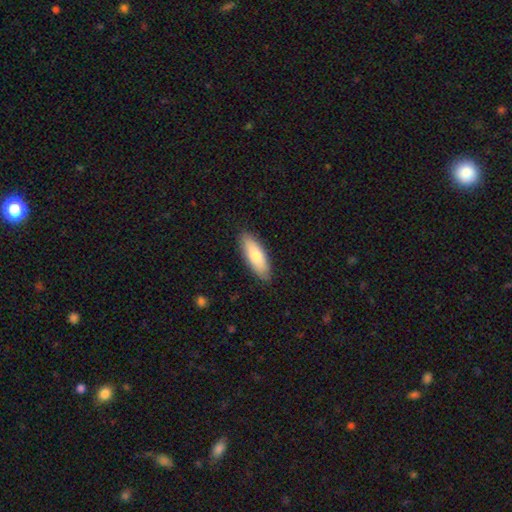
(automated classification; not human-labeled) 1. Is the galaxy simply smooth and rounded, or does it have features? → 77% smooth, 18% featured or disk, 5% star or artifact.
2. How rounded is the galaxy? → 64% in between, 35% cigar-shaped, 2% round.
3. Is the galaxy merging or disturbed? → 87% none, 10% minor disturbance, 2% major disturbance, 1% merger.